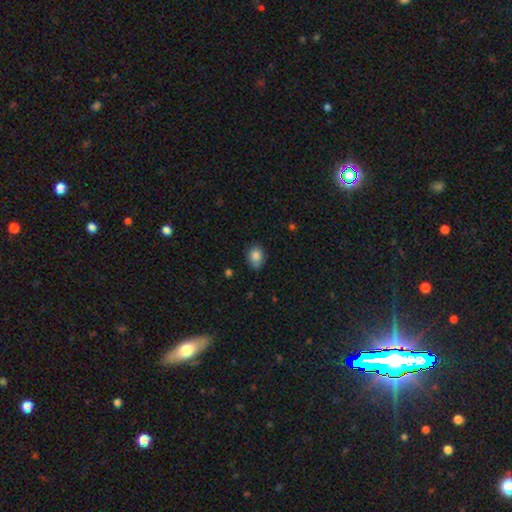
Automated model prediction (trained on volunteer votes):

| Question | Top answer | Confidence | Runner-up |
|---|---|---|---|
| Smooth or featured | smooth | 84% | star or artifact (9%) |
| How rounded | in between | 54% | round (45%) |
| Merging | none | 69% | minor disturbance (26%) |